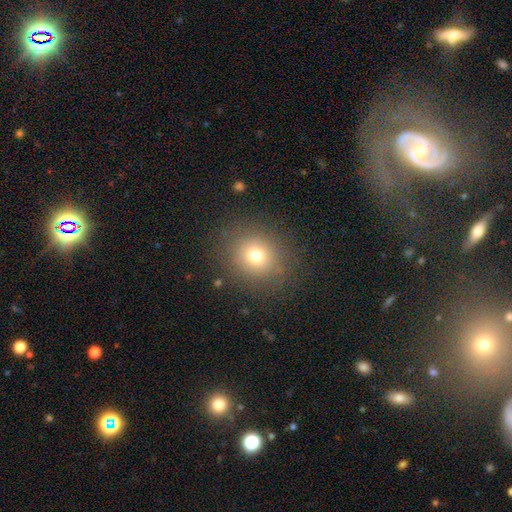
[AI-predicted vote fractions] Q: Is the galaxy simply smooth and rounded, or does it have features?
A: smooth — 73%.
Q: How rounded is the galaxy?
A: round — 84%.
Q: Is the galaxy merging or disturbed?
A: none — 85%.